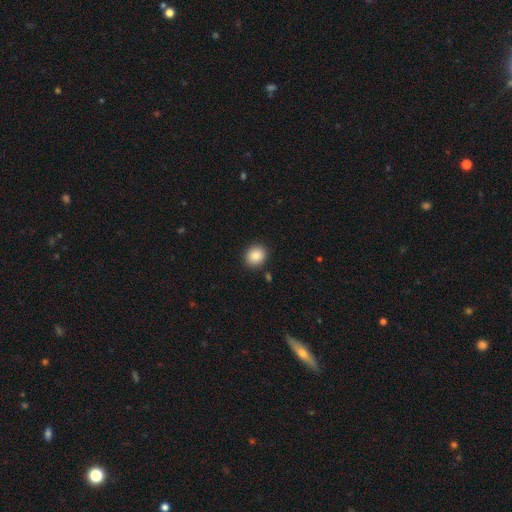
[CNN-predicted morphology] This appears to be a smooth galaxy with no disk features (86%) that is round (71%). Merging: none (88%).